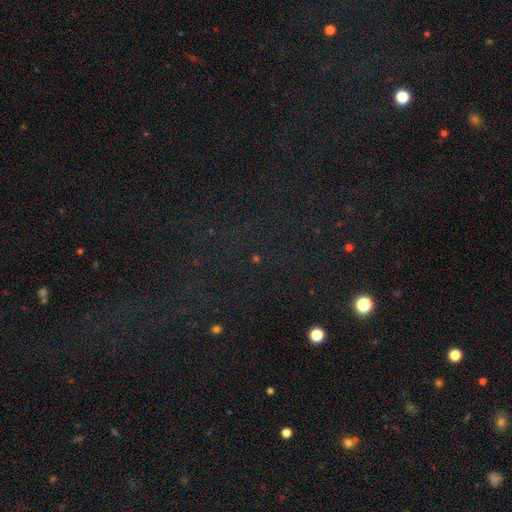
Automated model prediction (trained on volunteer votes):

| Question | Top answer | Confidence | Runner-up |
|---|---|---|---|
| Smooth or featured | star or artifact | 73% | smooth (17%) |